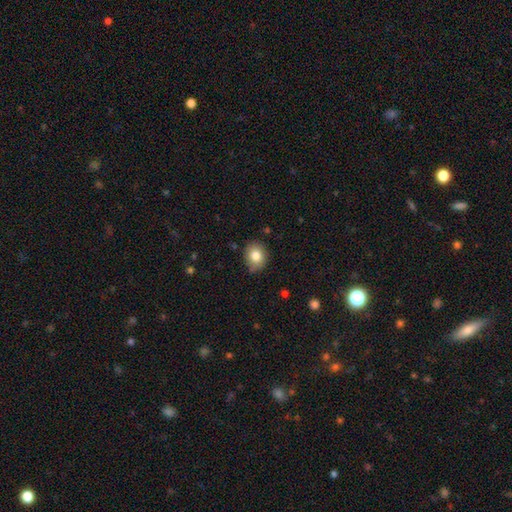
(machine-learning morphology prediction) type=smooth (82%); roundness=round (56%); merging=none (81%).